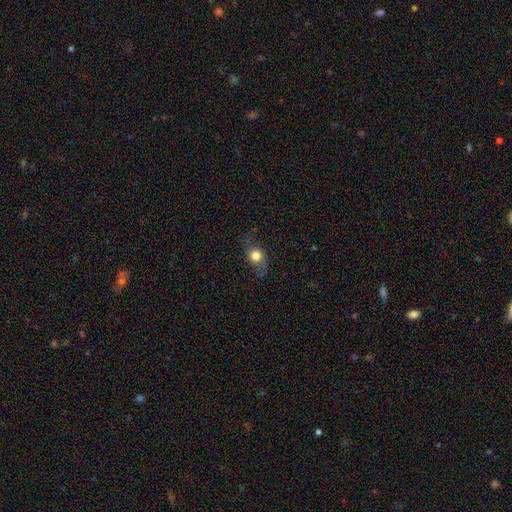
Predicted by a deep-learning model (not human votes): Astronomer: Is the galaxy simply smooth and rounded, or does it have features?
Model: smooth — 63%.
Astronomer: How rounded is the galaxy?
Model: round — 68%.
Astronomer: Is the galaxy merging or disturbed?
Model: none — 68%.